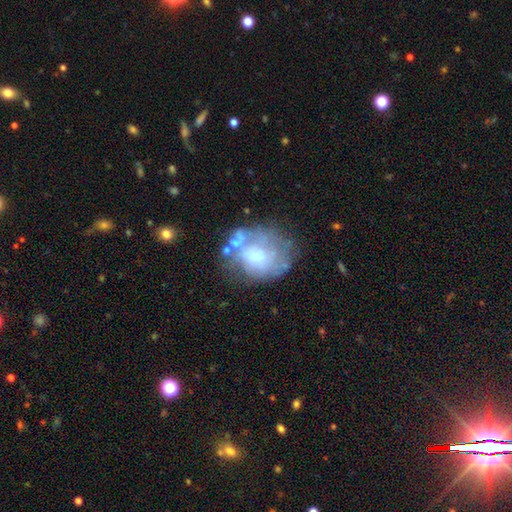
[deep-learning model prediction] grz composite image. It shows a featured or disk galaxy (50%). Merging: none (45%).